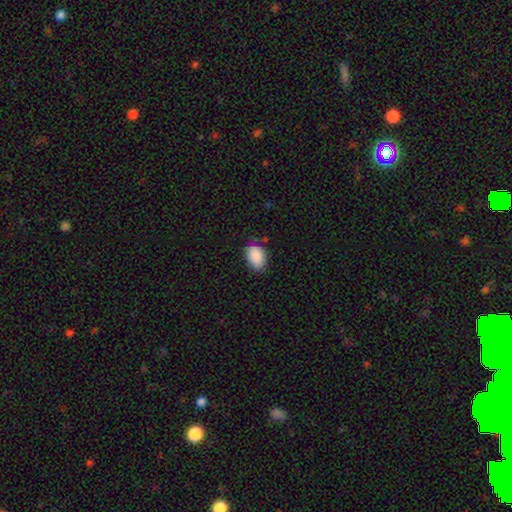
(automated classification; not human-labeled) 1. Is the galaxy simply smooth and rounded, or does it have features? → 89% smooth, 7% star or artifact, 4% featured or disk.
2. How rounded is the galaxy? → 84% in between, 15% round, 1% cigar-shaped.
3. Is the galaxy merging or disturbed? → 72% none, 22% minor disturbance, 4% major disturbance, 2% merger.